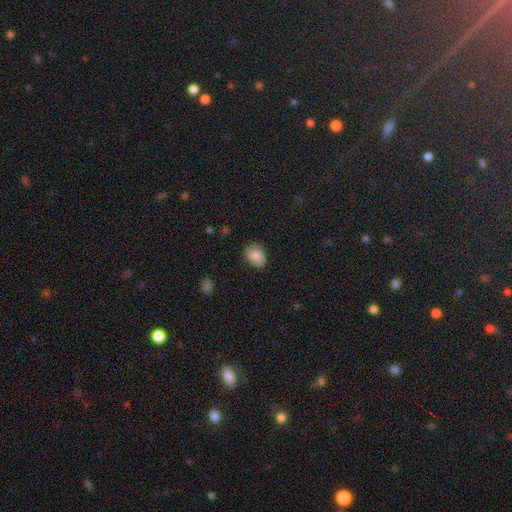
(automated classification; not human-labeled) Q: Smooth or featured?
A: smooth (77%); runner-up: featured or disk (14%)
Q: How rounded?
A: in between (74%); runner-up: round (25%)
Q: Merging?
A: none (77%); runner-up: minor disturbance (18%)